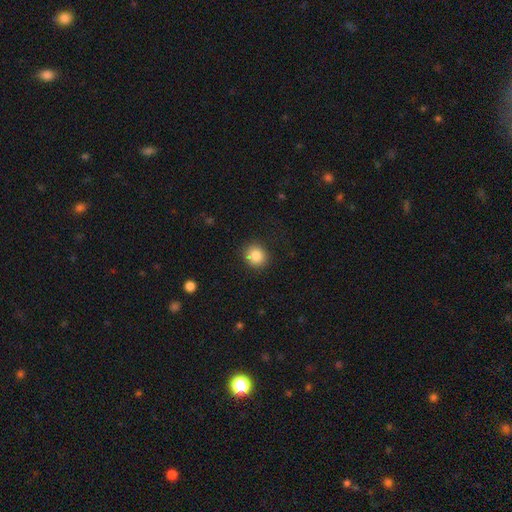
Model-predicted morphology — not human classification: Smooth or featured: smooth — 84% (star or artifact — 10%)
How rounded: round — 84% (in between — 15%)
Merging: none — 85% (minor disturbance — 10%)